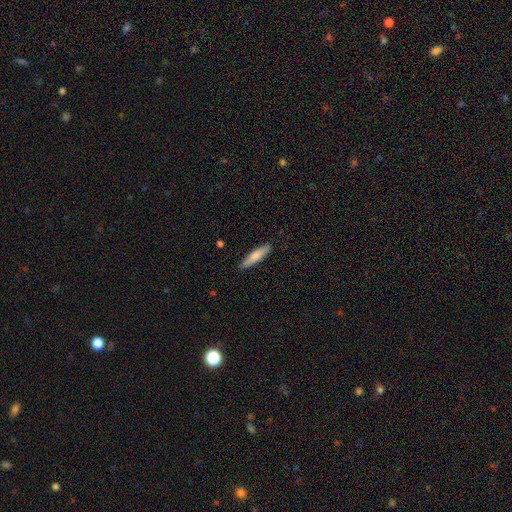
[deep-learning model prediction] Smooth or featured? smooth (79%)
How rounded? cigar-shaped (81%)
Merging? none (87%)